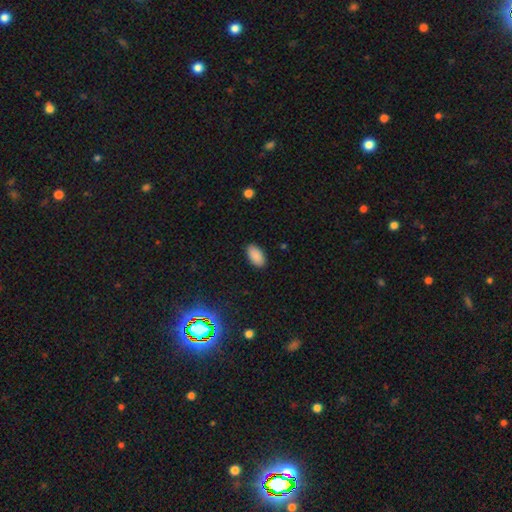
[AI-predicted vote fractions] smooth-or-featured: smooth: 88% | star or artifact: 9% | featured or disk: 3%
  how-rounded: in between: 95% | round: 3% | cigar-shaped: 2%
  merging: none: 89% | minor disturbance: 8% | major disturbance: 2% | merger: 1%